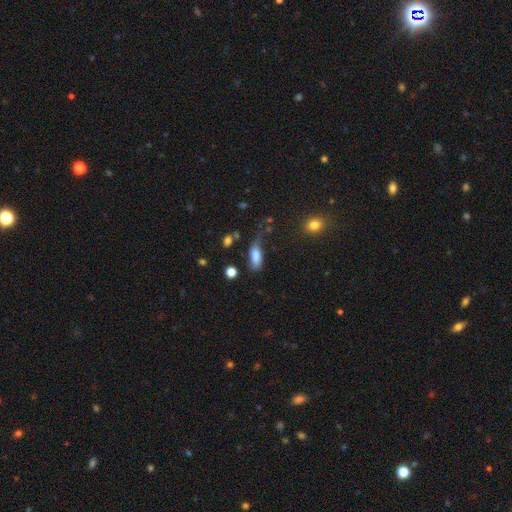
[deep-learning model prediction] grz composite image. It shows a smooth galaxy with no disk features (77%) that is in between round and cigar-shaped (75%). Merging: none (40%).